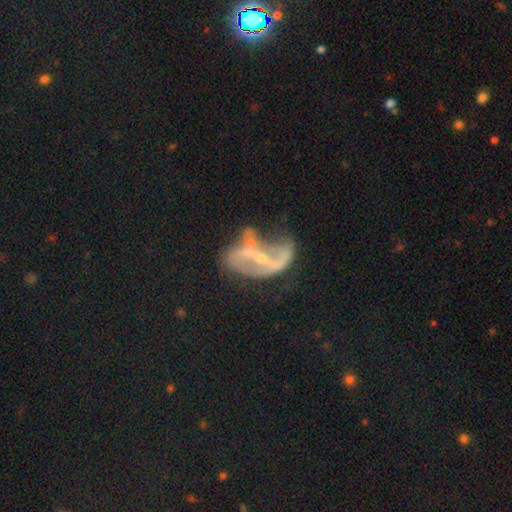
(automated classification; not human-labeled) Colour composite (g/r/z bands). It shows a featured or disk galaxy (69%) with no bar (48%), spiral arms (63%) and a small central bulge (66%). Merging: major disturbance (34%).